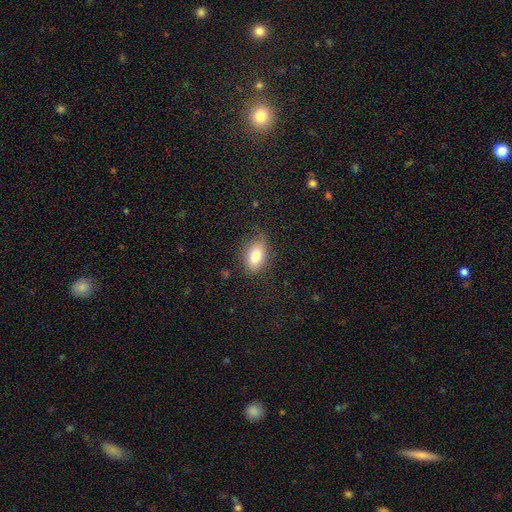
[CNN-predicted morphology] smooth_or_featured: smooth (p=0.81) [alt: featured or disk p=0.11]
how_rounded: in between (p=0.87) [alt: round p=0.10]
merging: none (p=0.76) [alt: minor disturbance p=0.18]